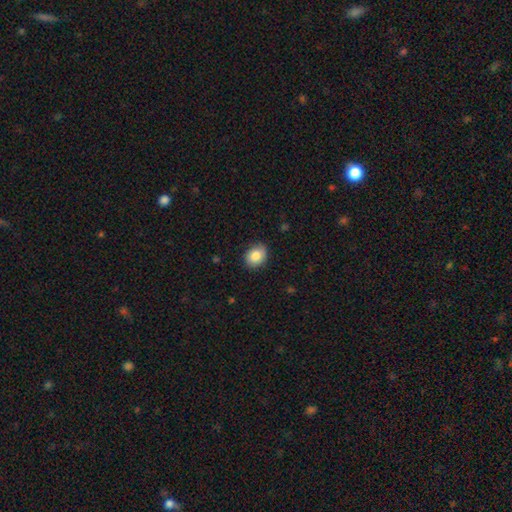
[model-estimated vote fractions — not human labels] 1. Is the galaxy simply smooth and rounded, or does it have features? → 84% smooth, 8% featured or disk, 8% star or artifact.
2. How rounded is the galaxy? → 52% in between, 47% round, 1% cigar-shaped.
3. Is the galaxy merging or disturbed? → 83% none, 13% minor disturbance, 3% major disturbance, 1% merger.